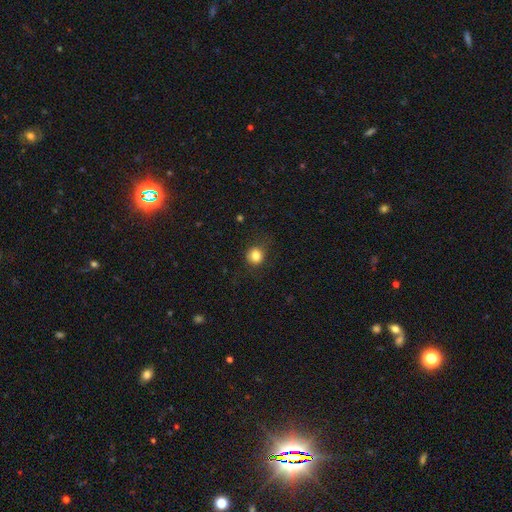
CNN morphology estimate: Overall: smooth (82%). How rounded: round (85%). Merging: none (79%).